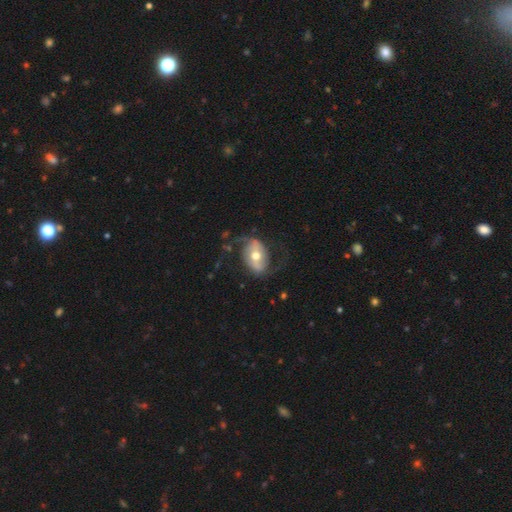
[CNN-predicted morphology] smooth-or-featured: featured or disk: 80% | smooth: 15% | star or artifact: 5%
  disk-edge-on: no: 97% | yes: 3%
    bar: weak: 37% | no: 33% | strong: 30%
    has-spiral-arms: yes: 89% | no: 11%
      spiral-winding: loose: 59% | medium: 32% | tight: 9%
      spiral-arm-count: 2: 91% | can't tell: 3% | 1: 3% | 3: 1% | 4: 1% | more than 4: 1%
    bulge-size: moderate: 75% | small: 13% | large: 9% | dominant: 1% | none: 1%
  merging: none: 65% | minor disturbance: 17% | major disturbance: 16% | merger: 2%